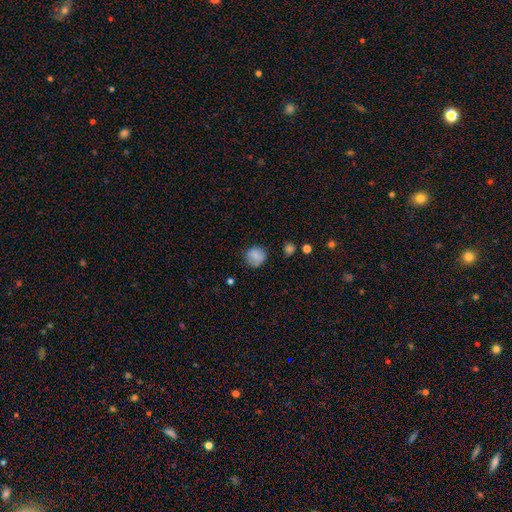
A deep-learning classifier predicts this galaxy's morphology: smooth 84%, star or artifact 9%, featured or disk 7%. Down the decision tree: how rounded — round (87%); merging — none (77%).